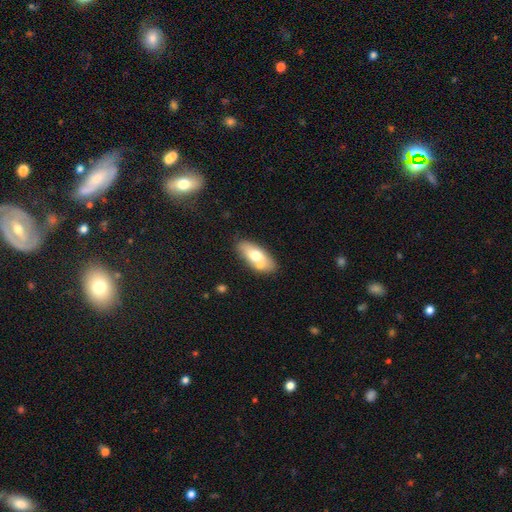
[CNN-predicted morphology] Smooth or featured? smooth (64%)
How rounded? in between (85%)
Merging? none (67%)